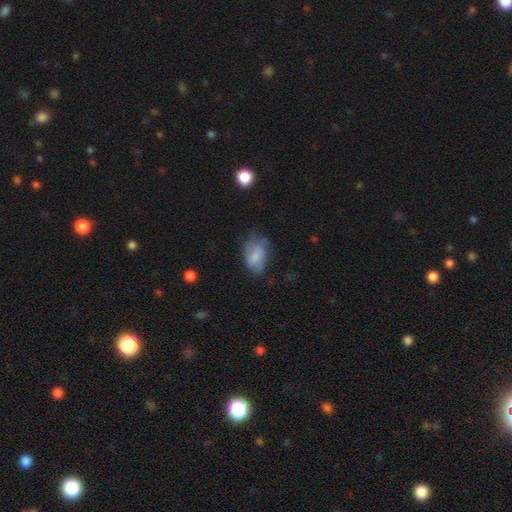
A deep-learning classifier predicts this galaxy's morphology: Smooth or featured?
  - smooth: 71% *
  - featured or disk: 20%
  - star or artifact: 8%
How rounded?
  - in between: 90% *
  - round: 8%
  - cigar-shaped: 2%
Merging?
  - none: 46% *
  - minor disturbance: 35%
  - major disturbance: 17%
  - merger: 2%